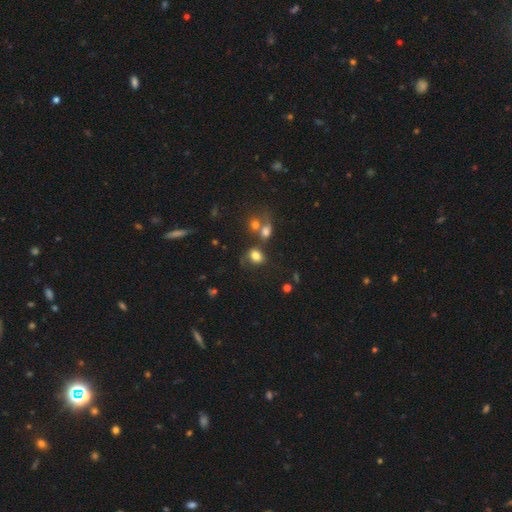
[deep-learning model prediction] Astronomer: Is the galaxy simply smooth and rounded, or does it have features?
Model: smooth — 77%.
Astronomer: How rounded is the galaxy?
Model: in between — 52% (runner-up: round, 47%).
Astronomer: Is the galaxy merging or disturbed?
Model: none — 48%.